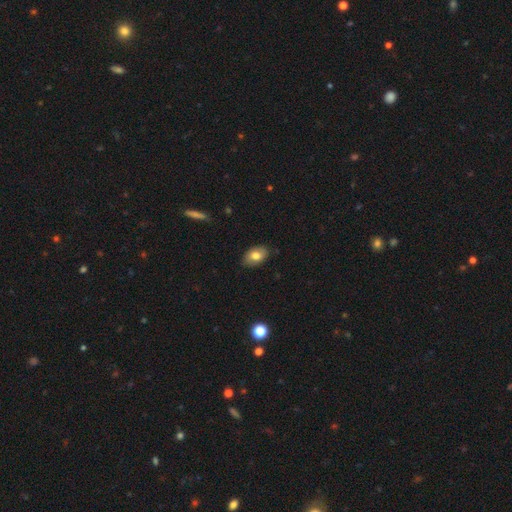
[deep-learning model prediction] smooth 78%, featured or disk 14%, star or artifact 8%. Down the decision tree: how rounded — in between (88%); merging — none (85%).